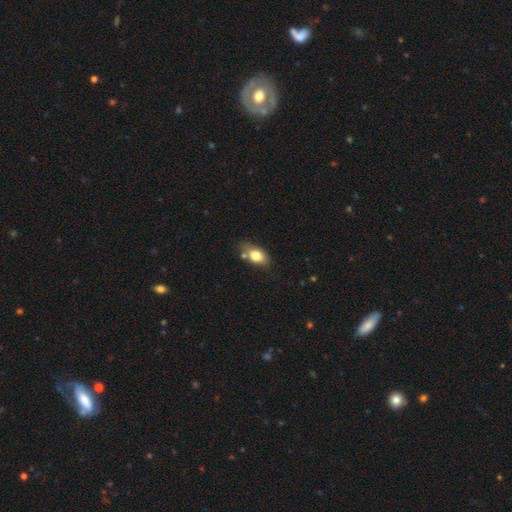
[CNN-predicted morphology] A smooth galaxy with no disk features (75%) that is in between round and cigar-shaped (83%). Merging: none (62%).